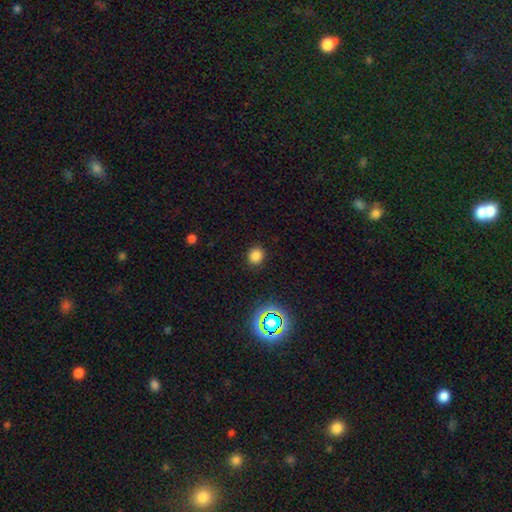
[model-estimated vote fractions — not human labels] Overall: smooth (80%). How rounded: round (79%). Merging: none (89%).